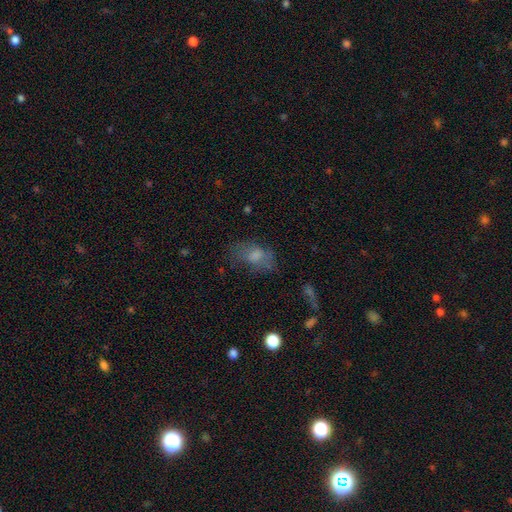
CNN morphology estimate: type=smooth (62%); roundness=in between (87%); merging=none (49%).